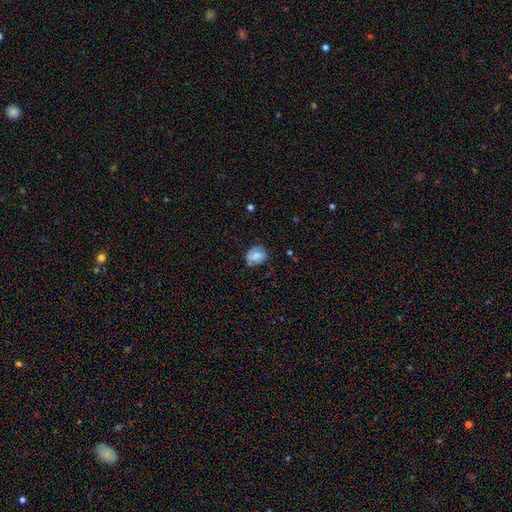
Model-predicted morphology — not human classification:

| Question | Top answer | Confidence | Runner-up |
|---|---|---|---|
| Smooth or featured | smooth | 62% | featured or disk (30%) |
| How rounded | round | 57% | in between (42%) |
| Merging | none | 67% | minor disturbance (24%) |